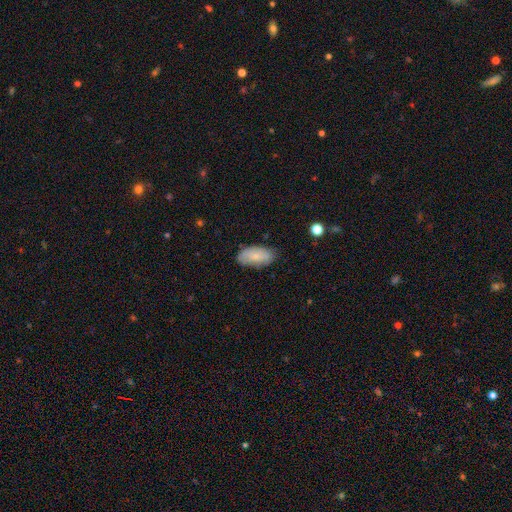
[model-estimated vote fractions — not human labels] smooth 76%, featured or disk 18%, star or artifact 7%. Down the decision tree: how rounded — in between (93%); merging — none (75%).